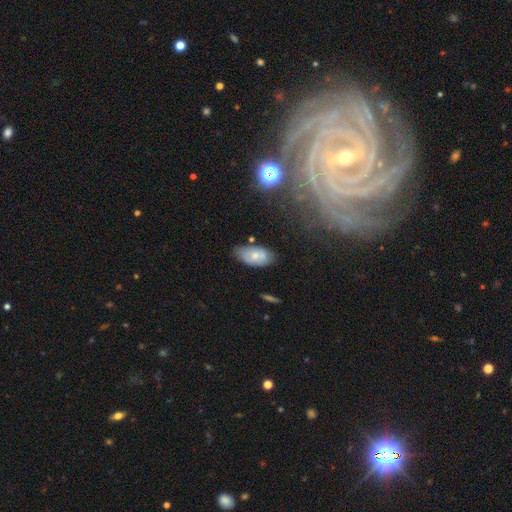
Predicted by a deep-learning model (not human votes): This appears to be a smooth galaxy with no disk features (65%) that is in between round and cigar-shaped (93%). Merging: none (69%).